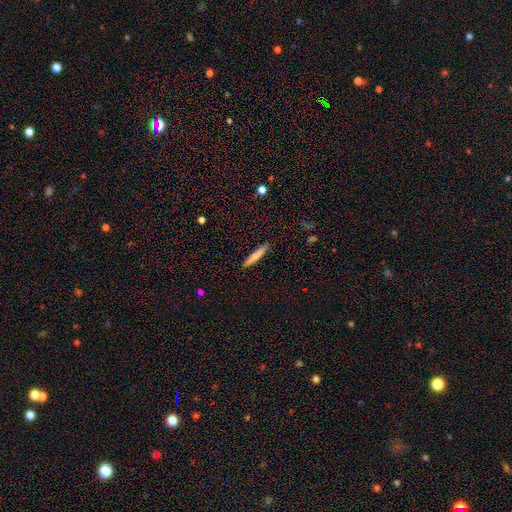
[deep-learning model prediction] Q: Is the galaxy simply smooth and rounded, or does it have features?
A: smooth — 76%.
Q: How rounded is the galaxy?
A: cigar-shaped — 94%.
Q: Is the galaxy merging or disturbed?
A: none — 90%.